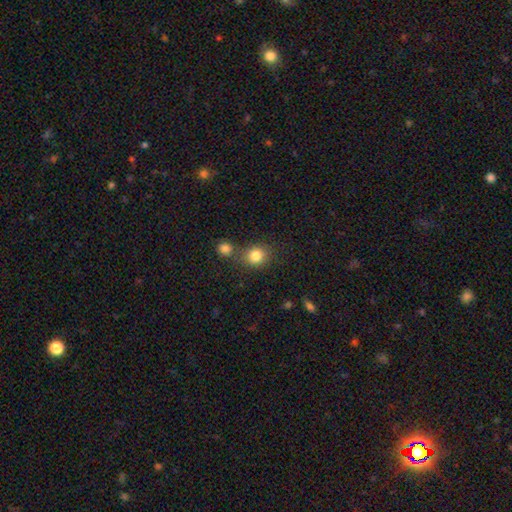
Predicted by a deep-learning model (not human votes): Q: Smooth or featured?
A: smooth (83%); runner-up: star or artifact (11%)
Q: How rounded?
A: round (78%); runner-up: in between (21%)
Q: Merging?
A: none (67%); runner-up: merger (18%)